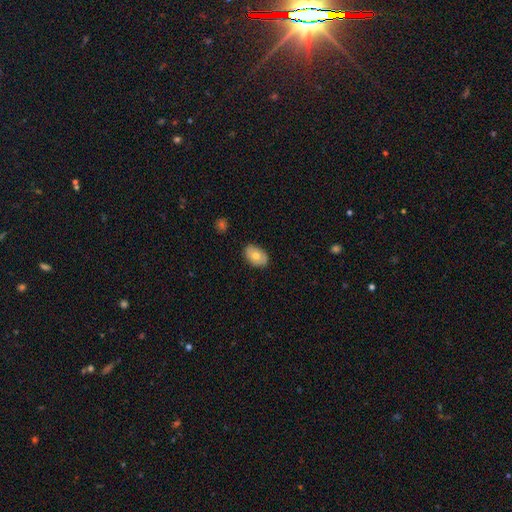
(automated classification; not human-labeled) Smooth or featured? smooth (70%)
How rounded? in between (84%)
Merging? none (85%)